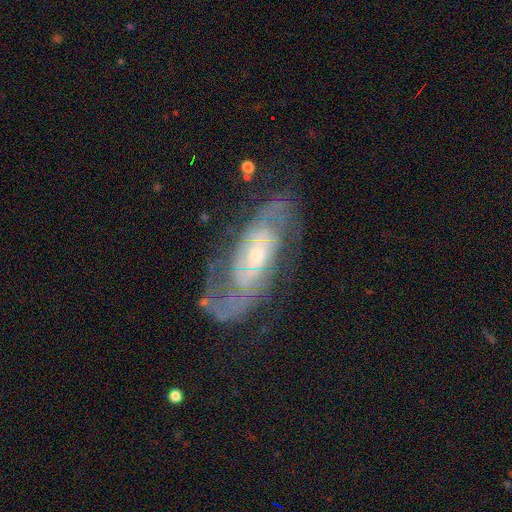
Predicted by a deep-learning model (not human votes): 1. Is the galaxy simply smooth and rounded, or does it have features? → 84% featured or disk, 9% smooth, 6% star or artifact.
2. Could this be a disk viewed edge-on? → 92% no, 8% yes.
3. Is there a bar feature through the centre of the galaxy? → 63% no, 29% weak, 8% strong.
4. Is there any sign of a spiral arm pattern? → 92% yes, 8% no.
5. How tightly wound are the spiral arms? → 50% tight, 37% medium, 13% loose.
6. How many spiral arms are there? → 59% 2, 24% can't tell, 6% 3, 5% 1, 3% 4, 3% more than 4.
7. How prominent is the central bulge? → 58% small, 33% moderate, 5% large, 3% none, 1% dominant.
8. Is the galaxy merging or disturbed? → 70% none, 17% minor disturbance, 12% major disturbance, 2% merger.